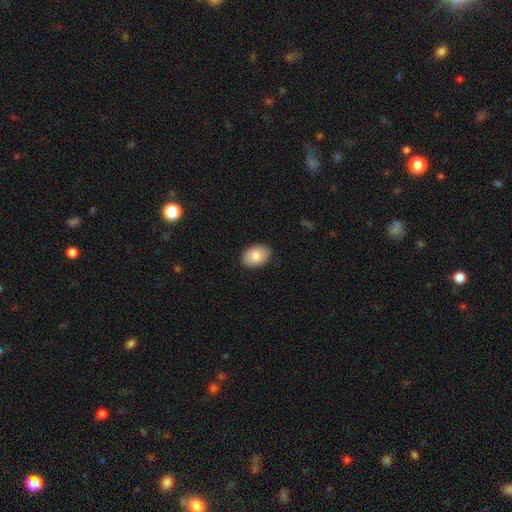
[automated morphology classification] smooth 83%, featured or disk 10%, star or artifact 7%. Down the decision tree: how rounded — in between (81%); merging — none (89%).